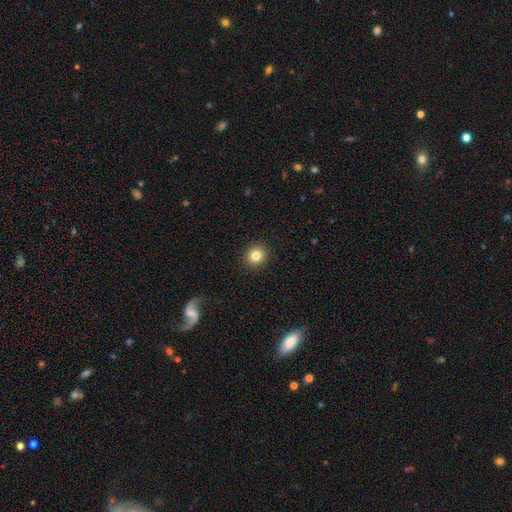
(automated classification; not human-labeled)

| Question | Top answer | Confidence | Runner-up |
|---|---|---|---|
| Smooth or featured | smooth | 83% | star or artifact (10%) |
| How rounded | round | 86% | in between (13%) |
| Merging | none | 92% | minor disturbance (5%) |